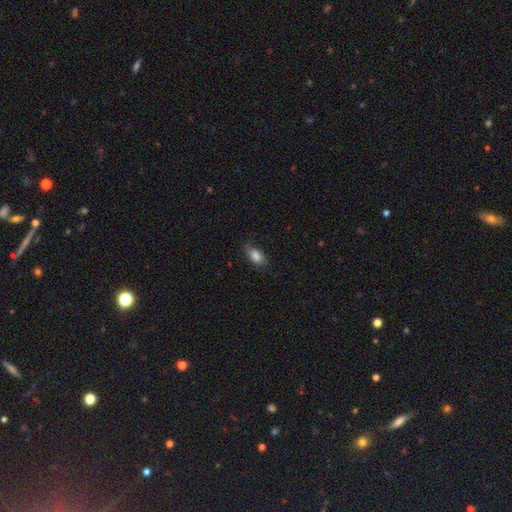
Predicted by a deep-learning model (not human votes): This appears to be a smooth galaxy with no disk features (79%) that is in between round and cigar-shaped (89%). Merging: none (66%).